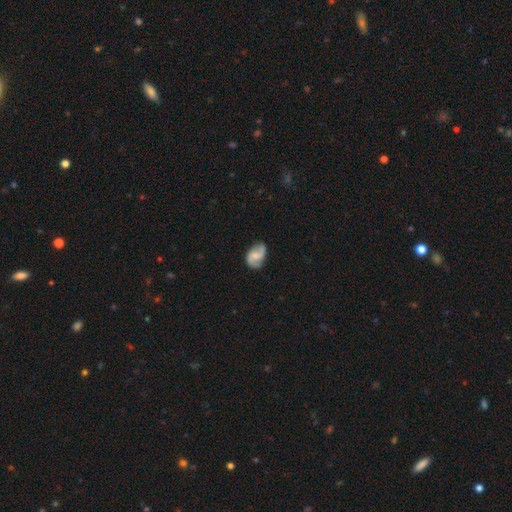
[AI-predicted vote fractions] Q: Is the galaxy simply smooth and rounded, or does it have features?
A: featured or disk — 71%.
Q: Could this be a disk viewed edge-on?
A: no — 98%.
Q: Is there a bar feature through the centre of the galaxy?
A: no — 45%.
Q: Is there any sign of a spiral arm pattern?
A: yes — 94%.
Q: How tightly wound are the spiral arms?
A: medium — 43%.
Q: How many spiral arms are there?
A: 2 — 88%.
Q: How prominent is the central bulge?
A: none — 35%.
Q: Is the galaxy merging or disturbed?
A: none — 71%.